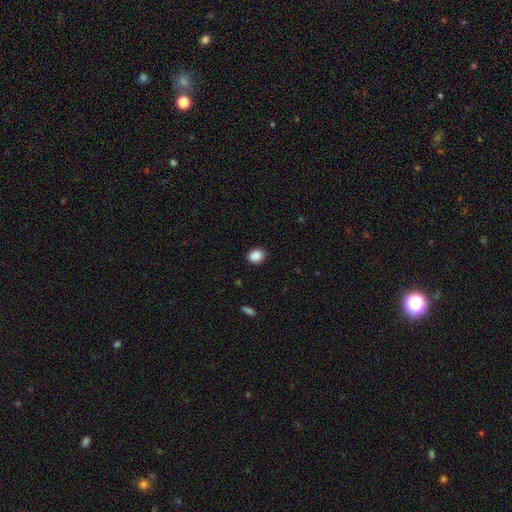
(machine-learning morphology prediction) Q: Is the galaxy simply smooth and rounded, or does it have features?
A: smooth — 89%.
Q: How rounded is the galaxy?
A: round — 66%.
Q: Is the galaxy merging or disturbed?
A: none — 89%.